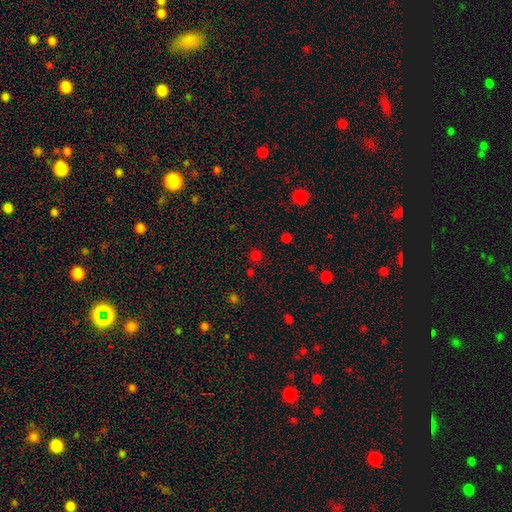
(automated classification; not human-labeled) smooth 64%, star or artifact 31%, featured or disk 5%. Down the decision tree: how rounded — round (90%); merging — none (83%).